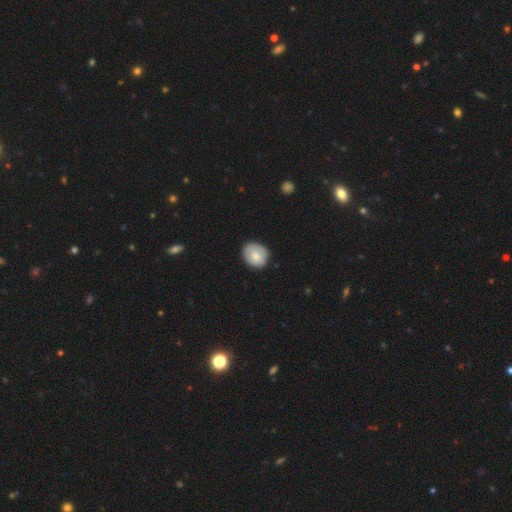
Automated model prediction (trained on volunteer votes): smooth-or-featured: smooth: 72% | featured or disk: 21% | star or artifact: 6%
  how-rounded: round: 64% | in between: 35% | cigar-shaped: 1%
  merging: none: 78% | minor disturbance: 18% | major disturbance: 3% | merger: 1%